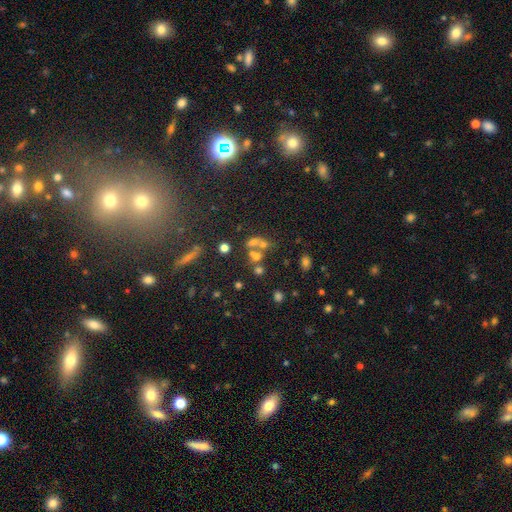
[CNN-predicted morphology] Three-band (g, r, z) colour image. It shows a smooth galaxy with no disk features (43%). Merging: merger (47%).